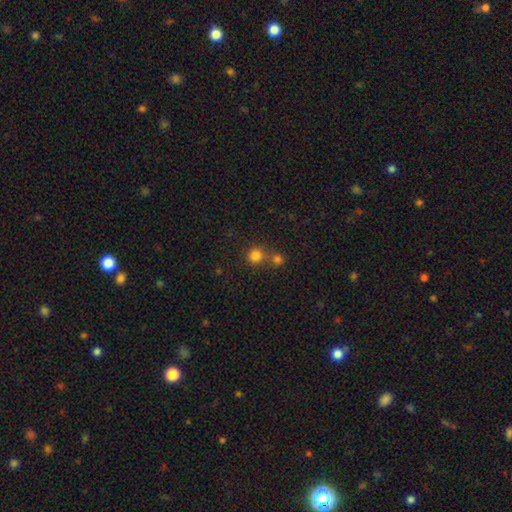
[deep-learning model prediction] smooth_or_featured: smooth (p=0.80) [alt: star or artifact p=0.15]
how_rounded: round (p=0.91) [alt: in between p=0.08]
merging: none (p=0.58) [alt: merger p=0.33]